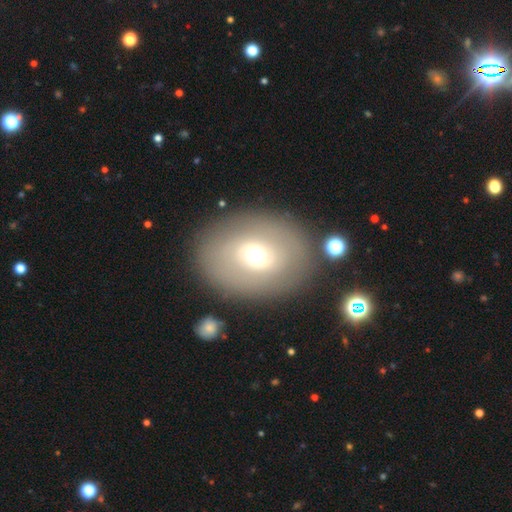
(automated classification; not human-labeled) Smooth or featured? Predicted: smooth (p=0.46). Merging? Predicted: none (p=0.81).